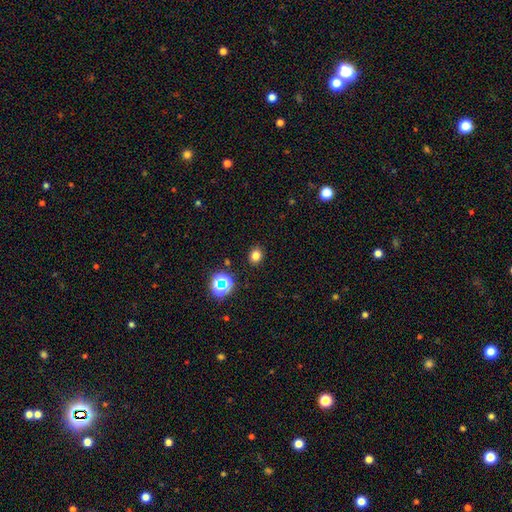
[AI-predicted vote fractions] Overall: smooth (77%). How rounded: round (65%; in between 34%). Merging: none (89%).